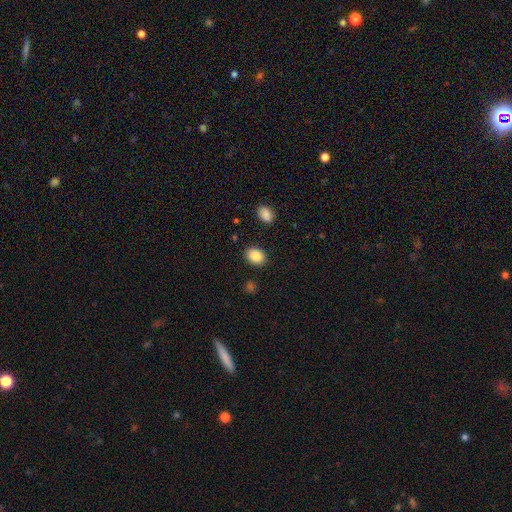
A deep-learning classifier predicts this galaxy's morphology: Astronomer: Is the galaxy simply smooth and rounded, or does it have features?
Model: smooth — 86%.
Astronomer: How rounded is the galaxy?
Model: in between — 62%.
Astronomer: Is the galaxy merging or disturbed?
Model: none — 87%.